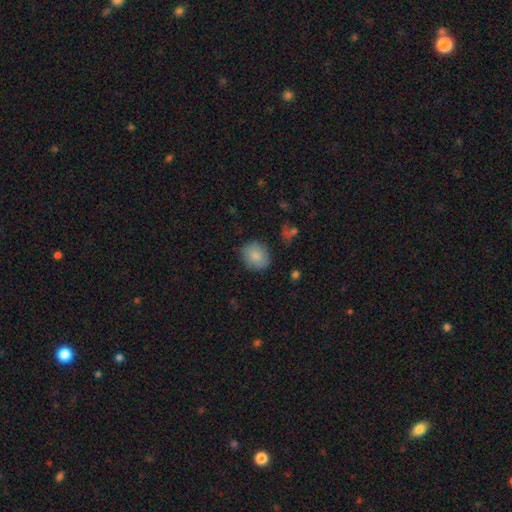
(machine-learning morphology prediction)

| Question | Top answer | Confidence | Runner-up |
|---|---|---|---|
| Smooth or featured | smooth | 85% | star or artifact (7%) |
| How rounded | round | 69% | in between (30%) |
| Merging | none | 81% | minor disturbance (14%) |